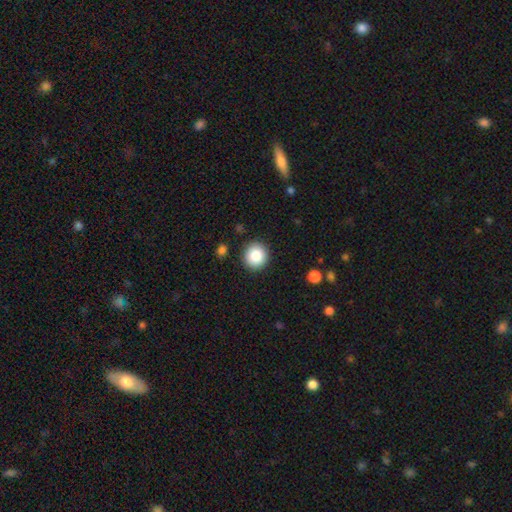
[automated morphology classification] The model was most divided on "smooth or featured": smooth: 85%, star or artifact: 9%, featured or disk: 6%. More confident: how rounded — round (91%); merging — none (90%).